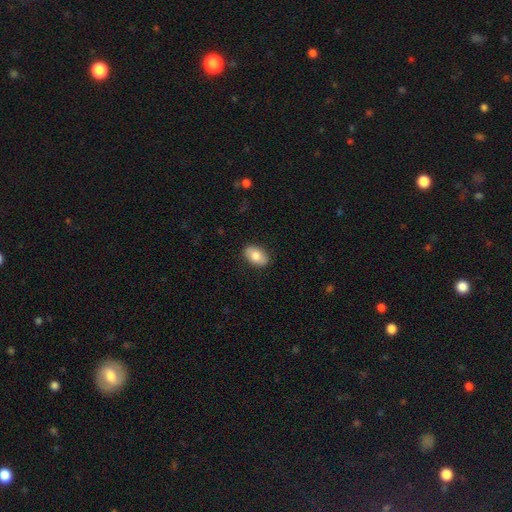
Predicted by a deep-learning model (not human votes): This appears to be a smooth galaxy with no disk features (79%) that is in between round and cigar-shaped (90%). Merging: none (87%).